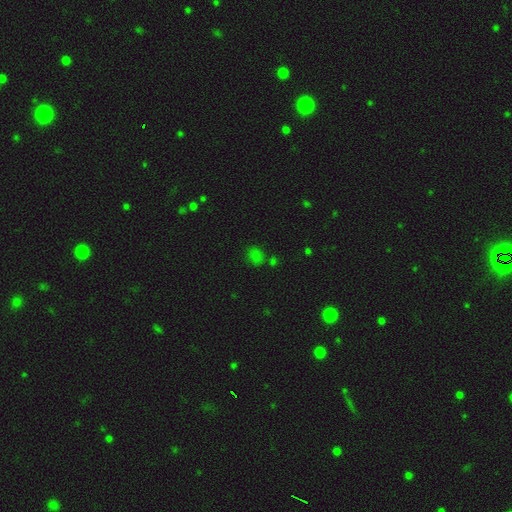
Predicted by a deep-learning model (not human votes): This is likely a smooth galaxy (66%). How rounded: possibly round (55%). Merging: likely none (67%).